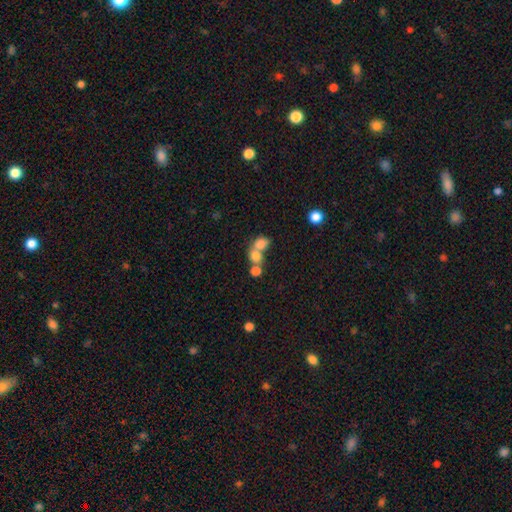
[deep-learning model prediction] The model was most divided on "how rounded": round: 57%, in between: 41%, cigar-shaped: 2%. More confident: smooth or featured — smooth (74%); merging — merger (63%).